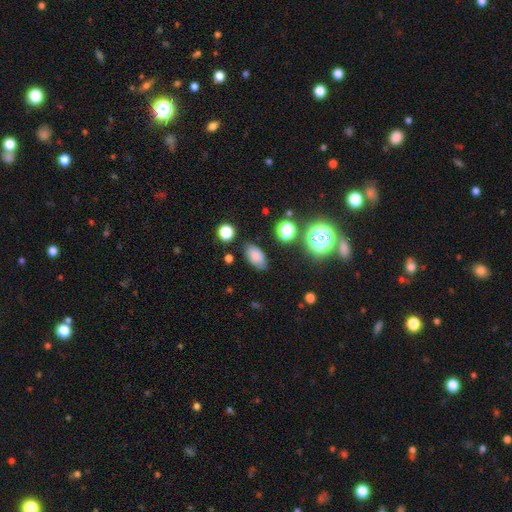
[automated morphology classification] smooth-or-featured: smooth: 76% | star or artifact: 14% | featured or disk: 11%
  how-rounded: in between: 90% | round: 7% | cigar-shaped: 3%
  merging: none: 81% | minor disturbance: 13% | major disturbance: 4% | merger: 2%